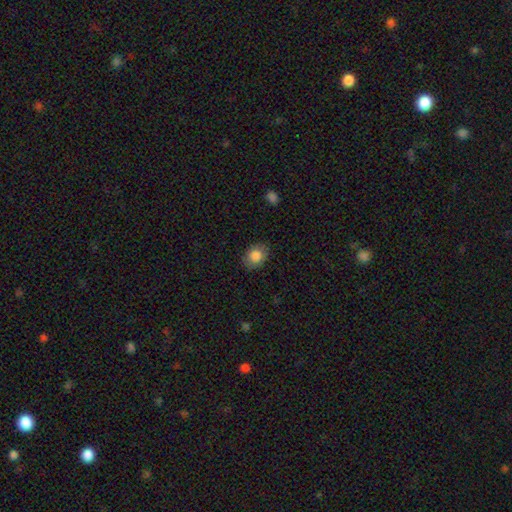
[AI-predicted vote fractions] Q: Smooth or featured?
A: smooth (84%); runner-up: star or artifact (8%)
Q: How rounded?
A: in between (64%); runner-up: round (35%)
Q: Merging?
A: none (84%); runner-up: minor disturbance (12%)